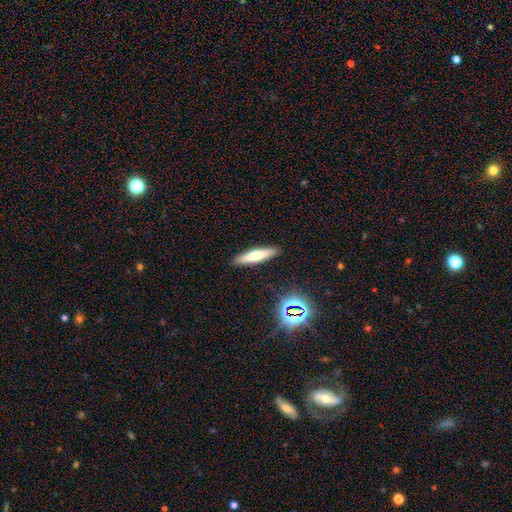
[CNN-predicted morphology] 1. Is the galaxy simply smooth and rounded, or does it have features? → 54% smooth, 38% featured or disk, 9% star or artifact.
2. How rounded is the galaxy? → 83% cigar-shaped, 16% in between, 2% round.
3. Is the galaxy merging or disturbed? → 90% none, 7% minor disturbance, 2% major disturbance, 1% merger.